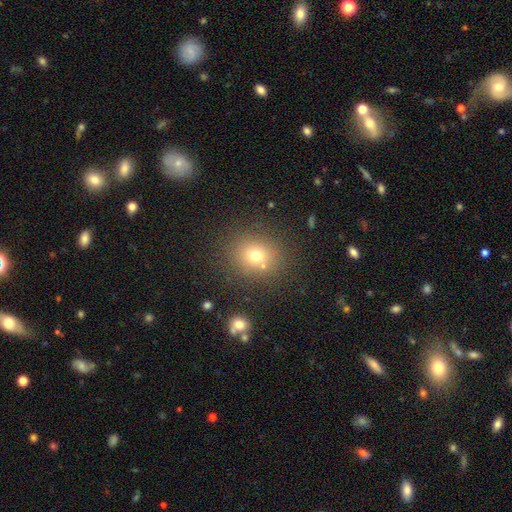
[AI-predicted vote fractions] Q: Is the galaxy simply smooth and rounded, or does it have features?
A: smooth — 71%.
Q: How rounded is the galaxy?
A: round — 76%.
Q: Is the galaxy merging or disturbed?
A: none — 78%.